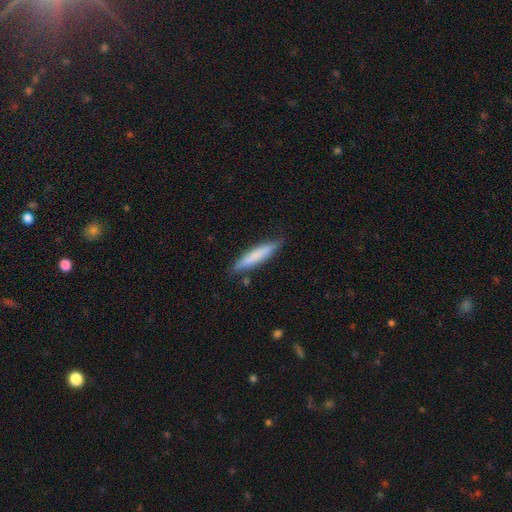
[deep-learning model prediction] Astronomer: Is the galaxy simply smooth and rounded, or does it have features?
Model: smooth — 76%.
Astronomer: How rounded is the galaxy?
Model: cigar-shaped — 89%.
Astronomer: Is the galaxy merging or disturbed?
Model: none — 80%.